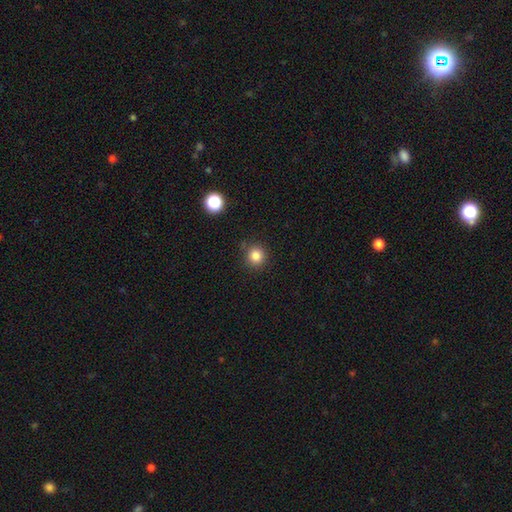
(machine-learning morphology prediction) Overall: smooth (84%). How rounded: round (92%). Merging: none (86%).